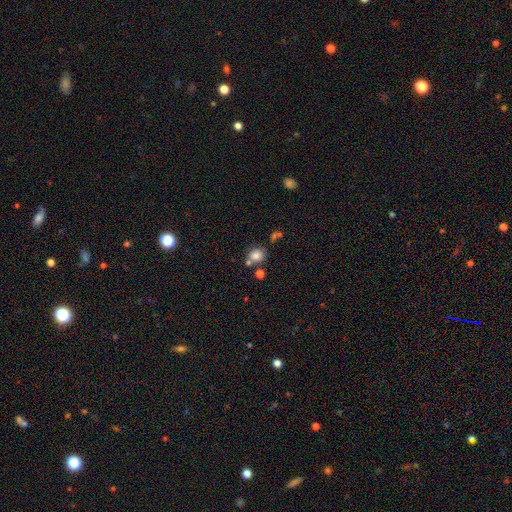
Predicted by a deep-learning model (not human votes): Morphology: type=smooth (78%); roundness=round (76%); merging=none (60%).